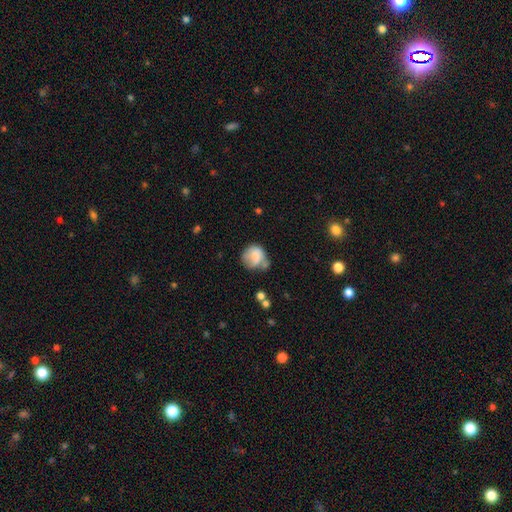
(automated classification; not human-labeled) Morphology: type=smooth (69%); roundness=round (76%); merging=none (37%).